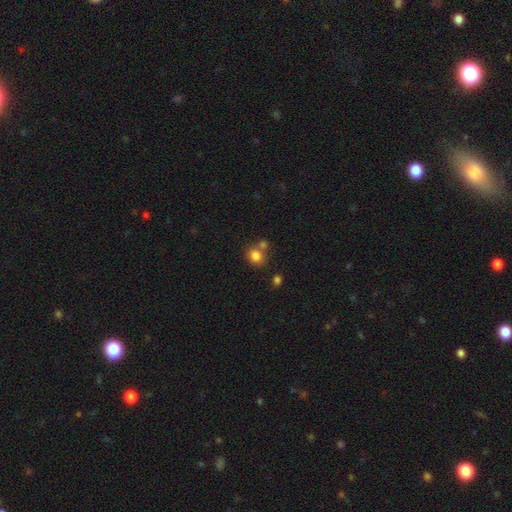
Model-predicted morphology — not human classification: Smooth or featured? smooth (82%)
How rounded? round (69%)
Merging? none (58%)